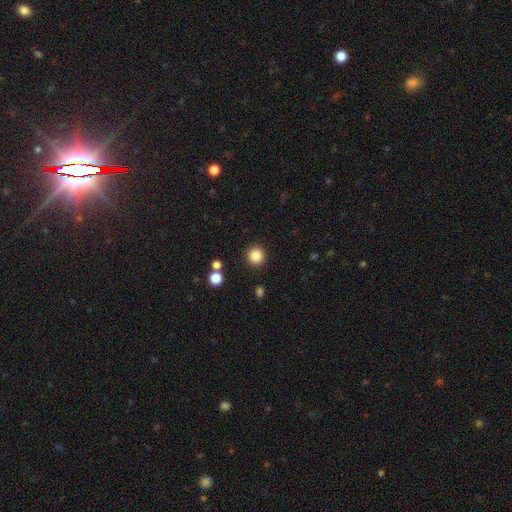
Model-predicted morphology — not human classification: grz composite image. It shows a smooth galaxy with no disk features (86%) that is round (94%). Merging: none (89%).